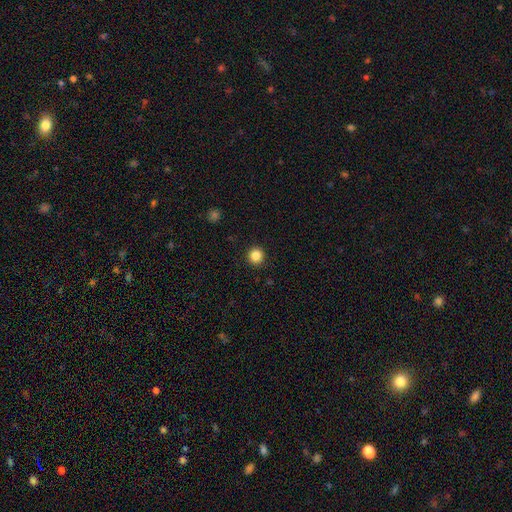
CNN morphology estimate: The model was most divided on "smooth or featured": smooth: 85%, star or artifact: 11%, featured or disk: 4%. More confident: how rounded — round (94%); merging — none (92%).